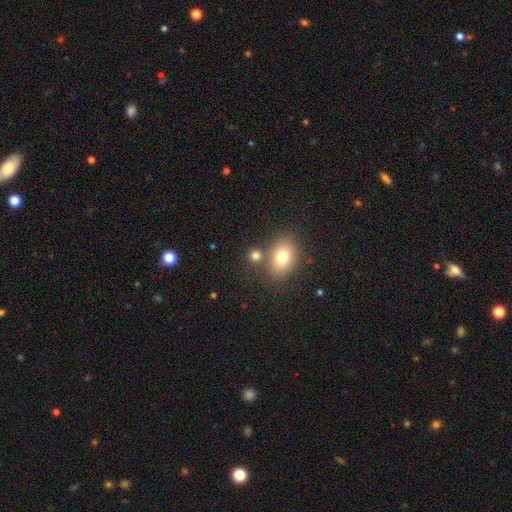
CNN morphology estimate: A smooth galaxy with no disk features (78%) that is round (64%).

Vote fractions:
- Smooth or featured? smooth: 78% / star or artifact: 13% / featured or disk: 10%
- How rounded? round: 64% / in between: 35% / cigar-shaped: 2%
- Merging? none: 66% / merger: 21% / minor disturbance: 10% / major disturbance: 4%